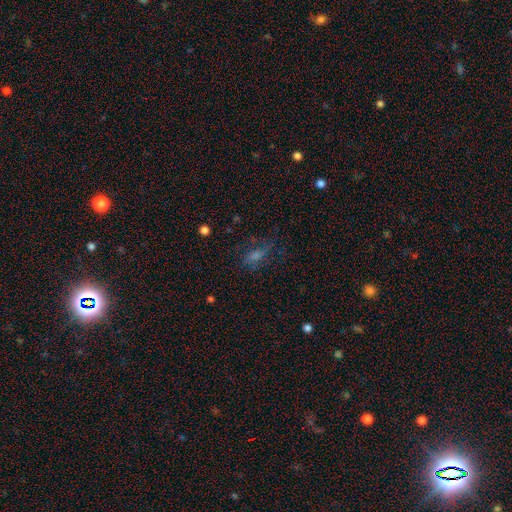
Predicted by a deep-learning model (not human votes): smooth 36%, featured or disk 35%, star or artifact 29%. Down the decision tree: merging — none (60%).